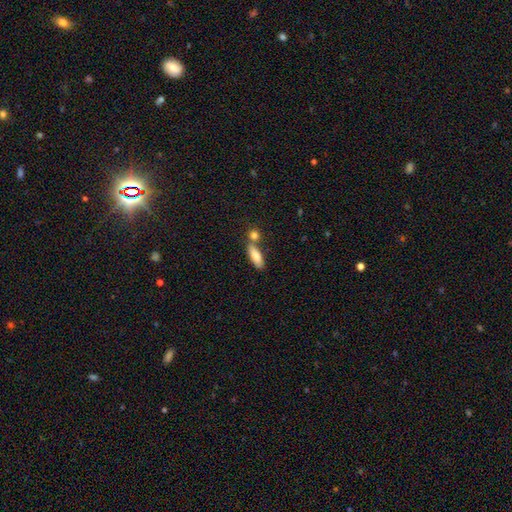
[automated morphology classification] This appears to be a smooth galaxy with no disk features (82%) that is in between round and cigar-shaped (63%). Merging: none (56%).